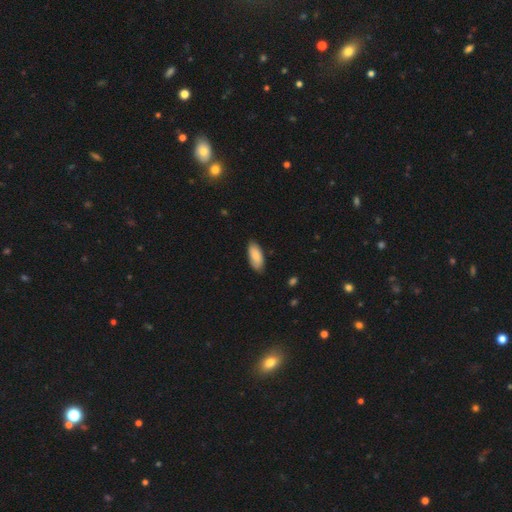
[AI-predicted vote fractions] Morphology: type=smooth (86%); roundness=in between (88%); merging=none (83%).